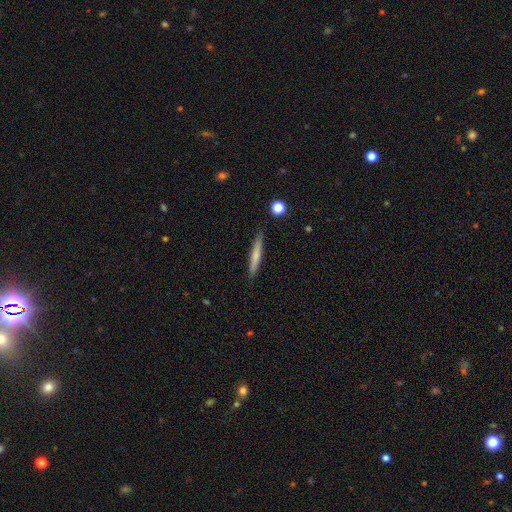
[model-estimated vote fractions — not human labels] This is likely a smooth galaxy (66%). How rounded: clearly cigar-shaped (95%). Merging: clearly none (89%).